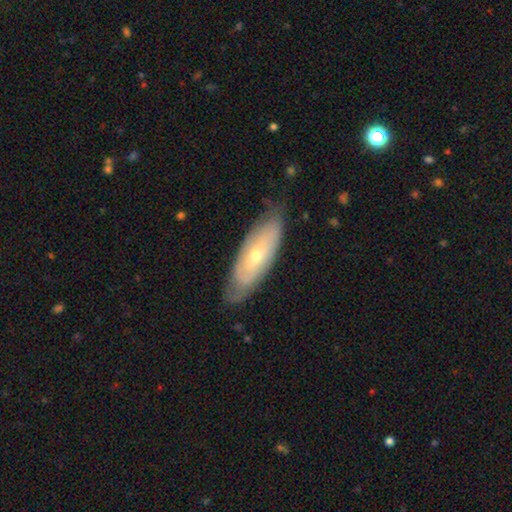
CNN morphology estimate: Smooth or featured? featured or disk (57%)
Edge-on disk? no (78%)
Merging? none (73%)